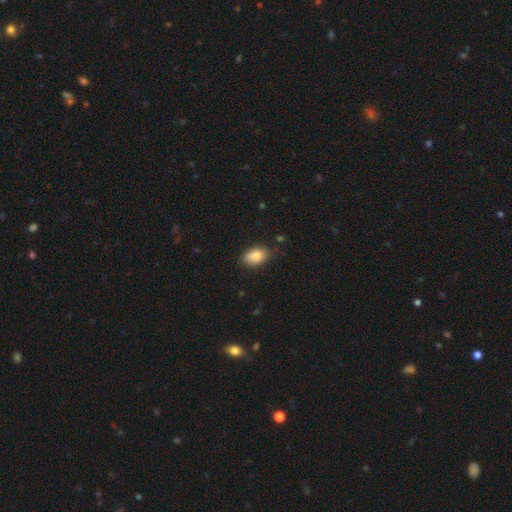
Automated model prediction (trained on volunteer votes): Overall: smooth (85%). How rounded: in between (89%). Merging: none (77%).